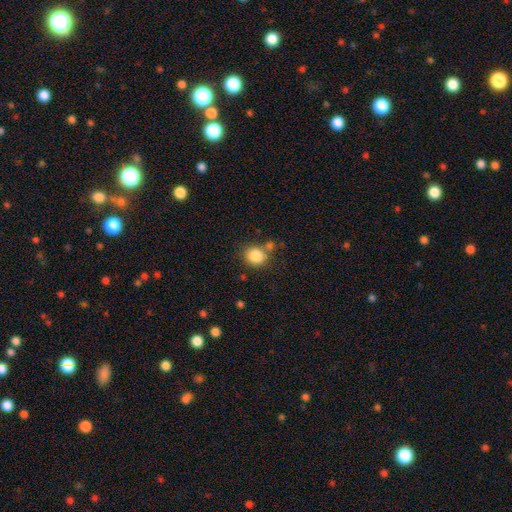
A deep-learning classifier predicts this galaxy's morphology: smooth 85%, star or artifact 10%, featured or disk 5%. Down the decision tree: how rounded — round (75%); merging — none (69%).